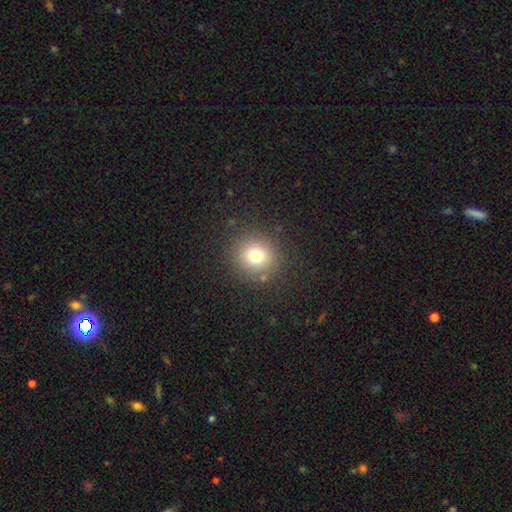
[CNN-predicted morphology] type=smooth (74%); roundness=round (90%); merging=none (87%).